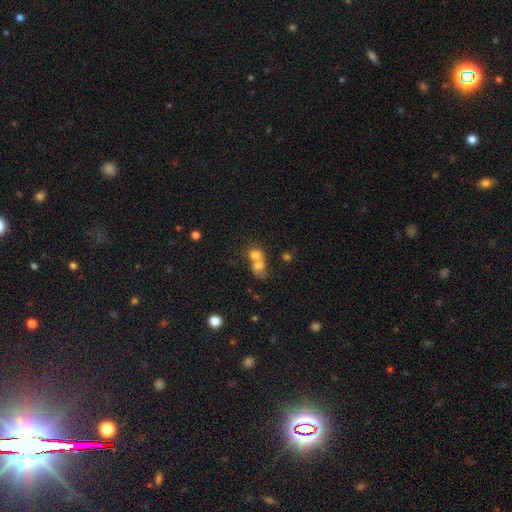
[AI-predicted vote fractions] Smooth or featured? smooth (70%)
How rounded? round (57%)
Merging? merger (71%)